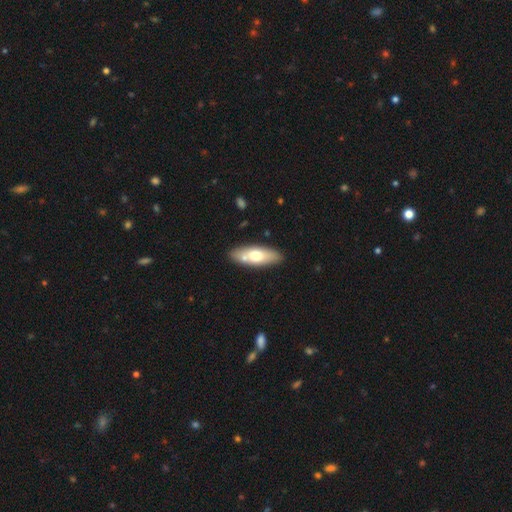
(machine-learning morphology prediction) smooth 61%, featured or disk 33%, star or artifact 6%. Down the decision tree: how rounded — in between (66%); merging — none (79%).